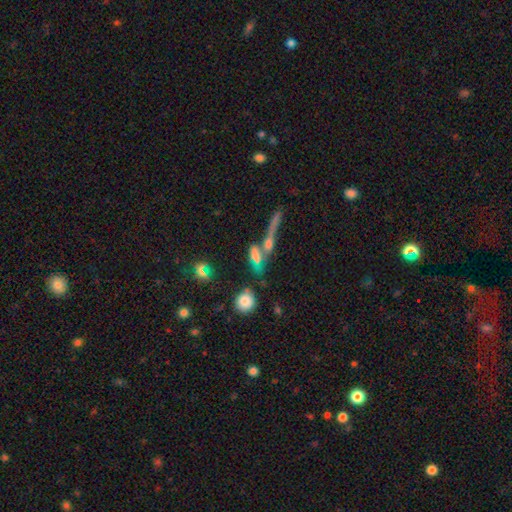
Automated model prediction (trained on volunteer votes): A smooth galaxy with no disk features (52%) that is in between round and cigar-shaped (51%).

Vote fractions:
- Smooth or featured? smooth: 52% / featured or disk: 28% / star or artifact: 20%
- How rounded? in between: 51% / cigar-shaped: 37% / round: 12%
- Merging? merger: 51% / none: 26% / major disturbance: 12% / minor disturbance: 10%